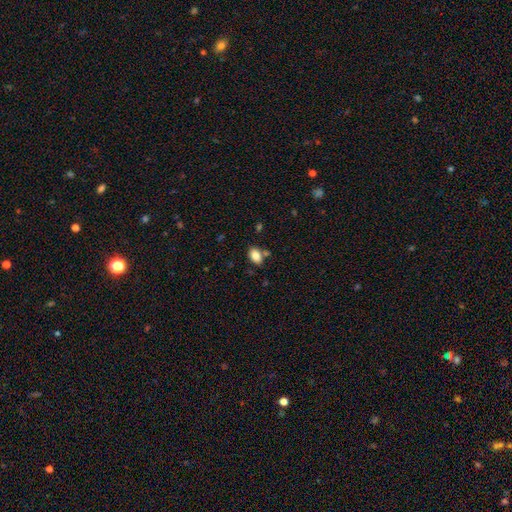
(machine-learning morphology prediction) A smooth galaxy with no disk features (85%) that is in between round and cigar-shaped (86%). Merging: none (73%).